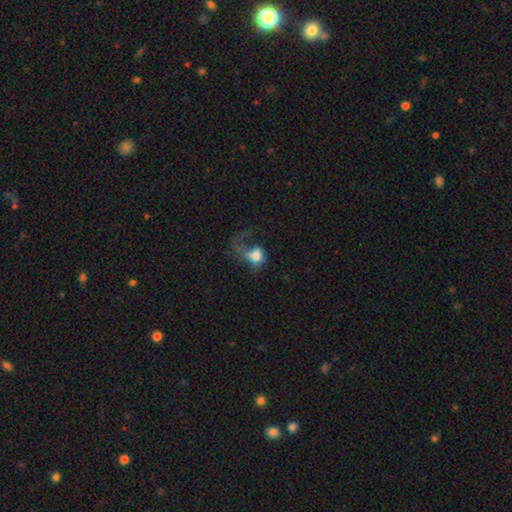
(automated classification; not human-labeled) Smooth or featured? smooth (59%)
How rounded? in between (58%)
Merging? major disturbance (65%)